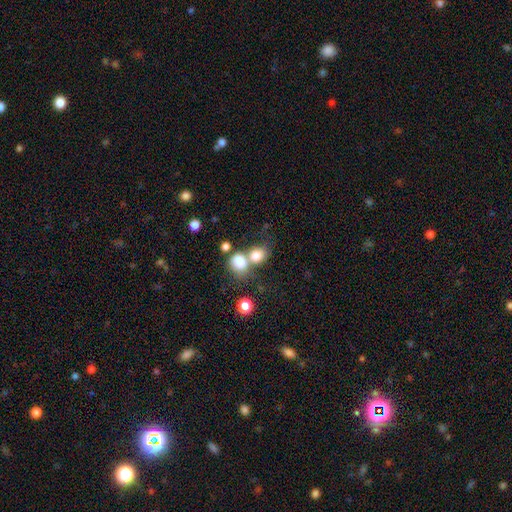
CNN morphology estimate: Smooth or featured?
  - smooth: 79% *
  - featured or disk: 11%
  - star or artifact: 10%
How rounded?
  - round: 60% *
  - in between: 39%
  - cigar-shaped: 1%
Merging?
  - merger: 55% *
  - none: 31%
  - minor disturbance: 8%
  - major disturbance: 5%